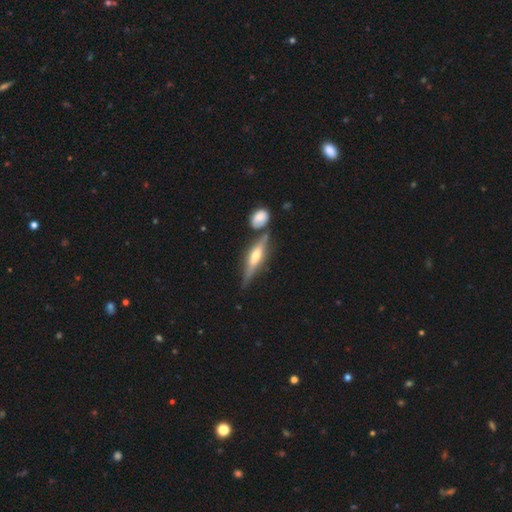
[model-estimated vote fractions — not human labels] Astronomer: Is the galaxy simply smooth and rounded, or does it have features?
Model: featured or disk — 71%.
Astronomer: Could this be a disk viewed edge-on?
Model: yes — 94%.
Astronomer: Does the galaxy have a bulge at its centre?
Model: rounded — 83%.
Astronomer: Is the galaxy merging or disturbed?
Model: none — 71%.